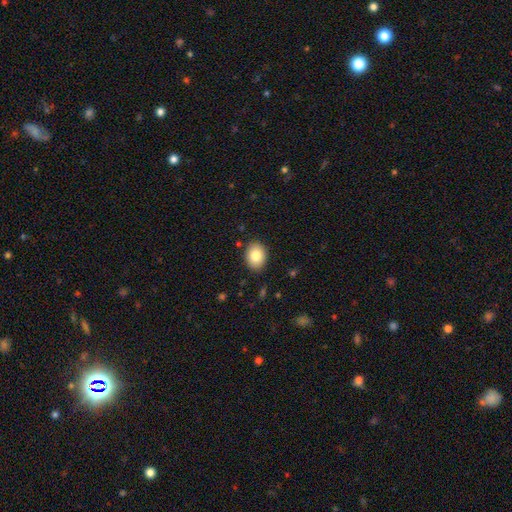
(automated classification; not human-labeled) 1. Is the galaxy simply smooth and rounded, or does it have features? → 81% smooth, 10% featured or disk, 8% star or artifact.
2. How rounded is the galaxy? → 60% in between, 39% round, 1% cigar-shaped.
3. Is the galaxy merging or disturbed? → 89% none, 8% minor disturbance, 2% major disturbance, 1% merger.